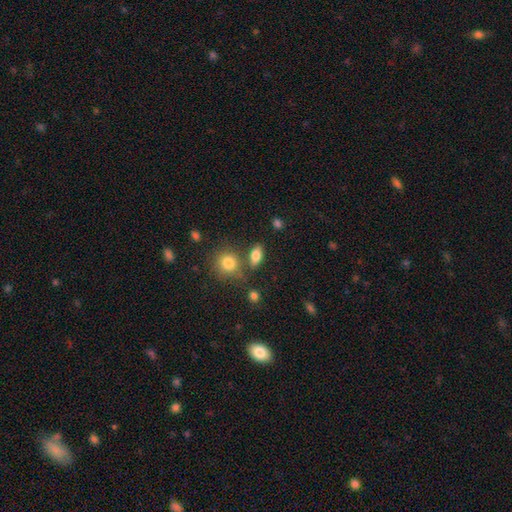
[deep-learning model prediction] A smooth galaxy with no disk features (81%) that is in between round and cigar-shaped (81%).

Vote fractions:
- Smooth or featured? smooth: 81% / featured or disk: 10% / star or artifact: 9%
- How rounded? in between: 81% / round: 11% / cigar-shaped: 8%
- Merging? none: 71% / merger: 12% / minor disturbance: 12% / major disturbance: 4%